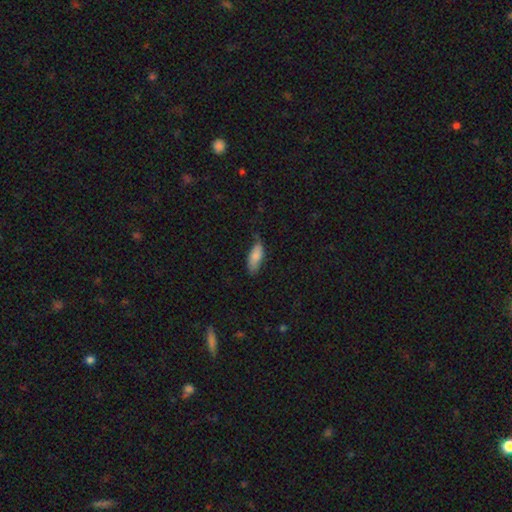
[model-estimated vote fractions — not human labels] This appears to be a smooth galaxy with no disk features (80%) that is in between round and cigar-shaped (77%). Merging: none (62%).